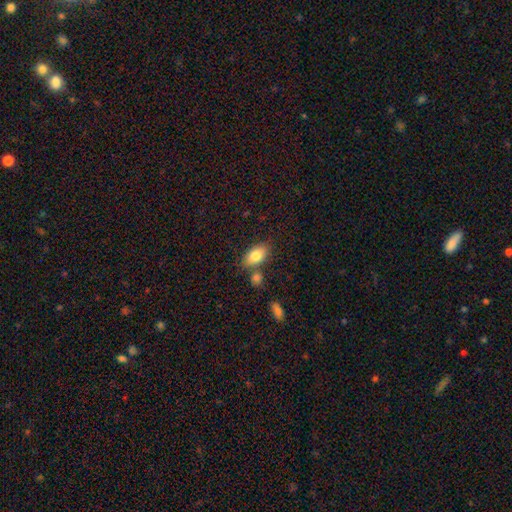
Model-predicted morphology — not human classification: This is clearly a smooth galaxy (81%). How rounded: clearly in between (90%). Merging: likely none (70%).